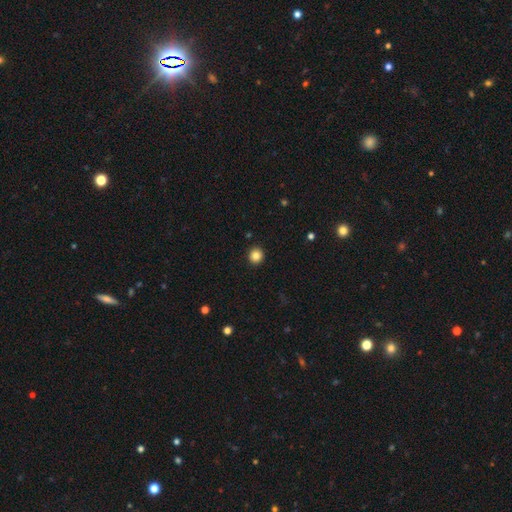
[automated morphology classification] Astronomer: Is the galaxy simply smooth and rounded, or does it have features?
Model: smooth — 85%.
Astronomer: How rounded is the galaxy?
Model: round — 91%.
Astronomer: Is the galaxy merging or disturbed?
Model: none — 93%.